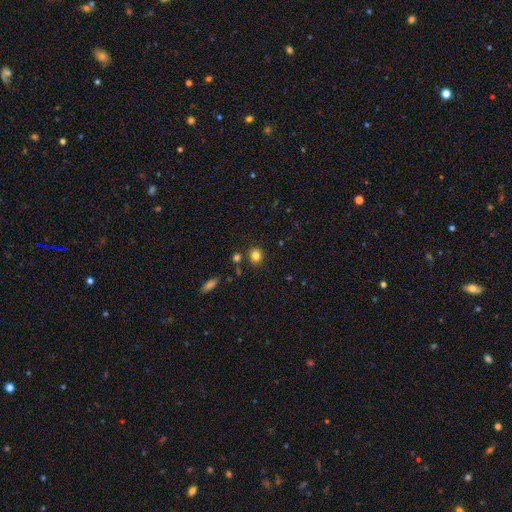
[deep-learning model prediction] Smooth or featured? Predicted: smooth (p=0.81). How rounded? Predicted: round (p=0.84). Merging? Predicted: none (p=0.83).